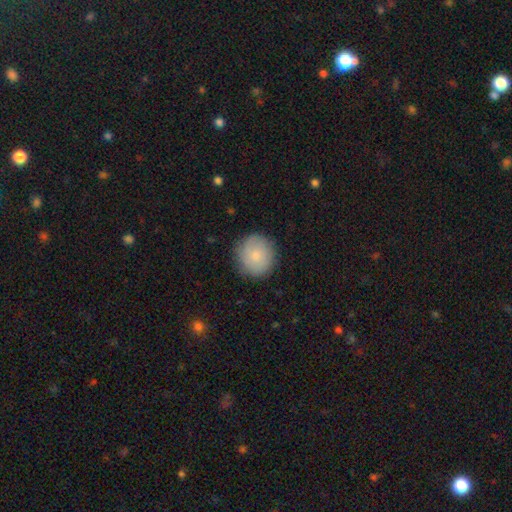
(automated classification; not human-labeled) Morphology: type=smooth (80%); roundness=round (92%); merging=none (85%).